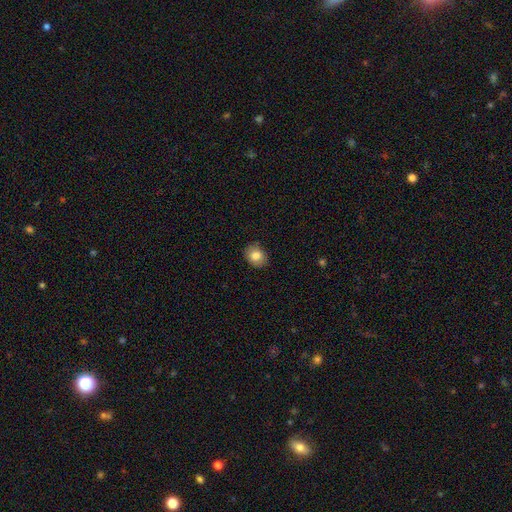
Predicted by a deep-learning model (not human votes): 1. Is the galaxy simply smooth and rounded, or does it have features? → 83% smooth, 9% featured or disk, 9% star or artifact.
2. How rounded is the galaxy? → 54% in between, 45% round, 1% cigar-shaped.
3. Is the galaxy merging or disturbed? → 86% none, 10% minor disturbance, 2% major disturbance, 1% merger.